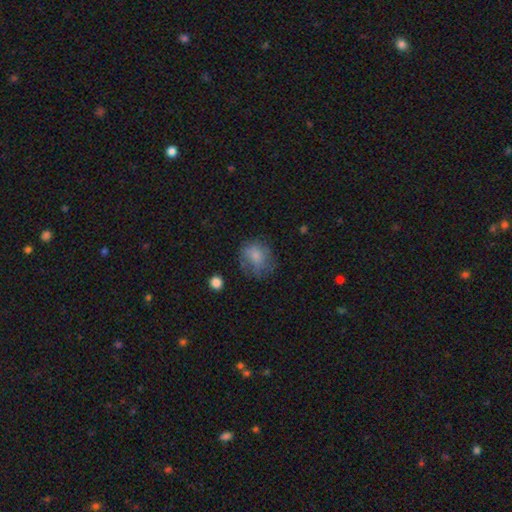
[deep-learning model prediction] A smooth galaxy with no disk features (73%) that is round (69%).

Vote fractions:
- Smooth or featured? smooth: 73% / featured or disk: 16% / star or artifact: 11%
- How rounded? round: 69% / in between: 30% / cigar-shaped: 1%
- Merging? none: 56% / minor disturbance: 25% / major disturbance: 17% / merger: 2%